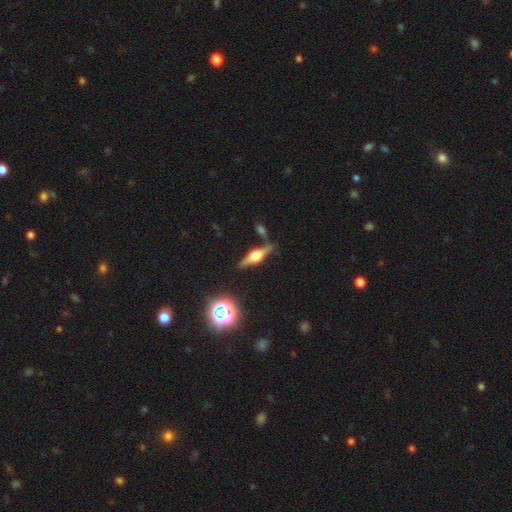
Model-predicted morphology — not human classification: Smooth or featured? featured or disk (73%)
Edge-on disk? yes (94%)
Edge-on bulge? rounded (94%)
Merging? none (73%)